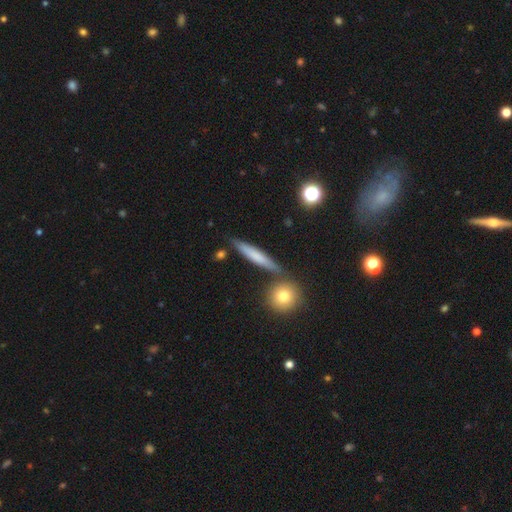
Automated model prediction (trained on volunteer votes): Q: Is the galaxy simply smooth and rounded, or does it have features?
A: smooth — 62%.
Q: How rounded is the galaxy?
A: cigar-shaped — 89%.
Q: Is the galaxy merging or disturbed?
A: none — 81%.